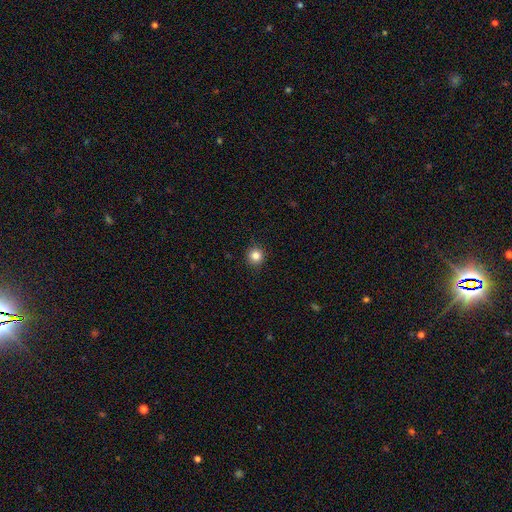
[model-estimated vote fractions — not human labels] smooth-or-featured: smooth: 84% | star or artifact: 12% | featured or disk: 5%
  how-rounded: round: 94% | in between: 6% | cigar-shaped: 1%
  merging: none: 92% | minor disturbance: 6% | major disturbance: 2% | merger: 1%